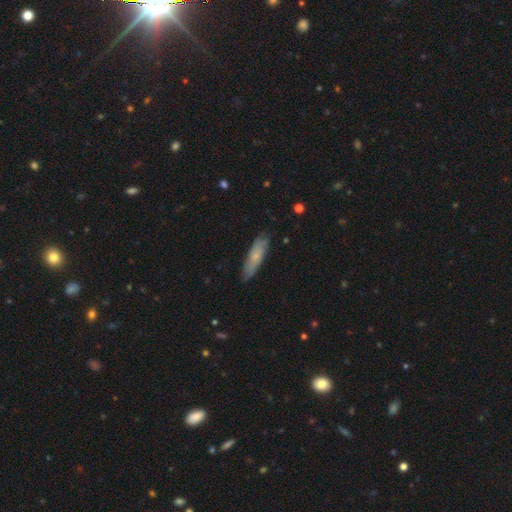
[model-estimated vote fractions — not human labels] Smooth or featured? smooth (63%)
How rounded? cigar-shaped (66%)
Merging? none (78%)